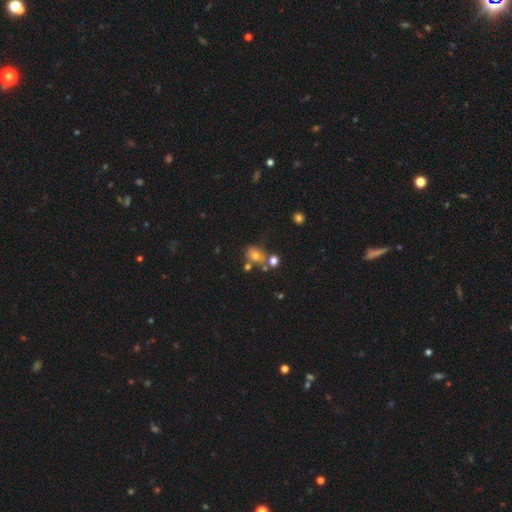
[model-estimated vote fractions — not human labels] This is likely a smooth galaxy (61%). How rounded: possibly round (50%). Merging: possibly none (49%).